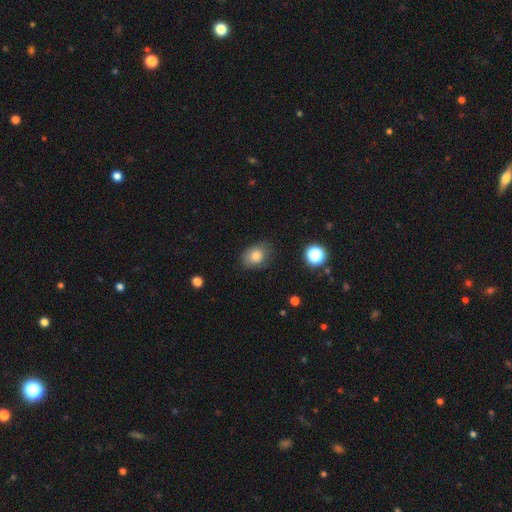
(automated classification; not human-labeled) This is likely a smooth galaxy (80%). How rounded: likely in between (66%). Merging: likely none (73%).